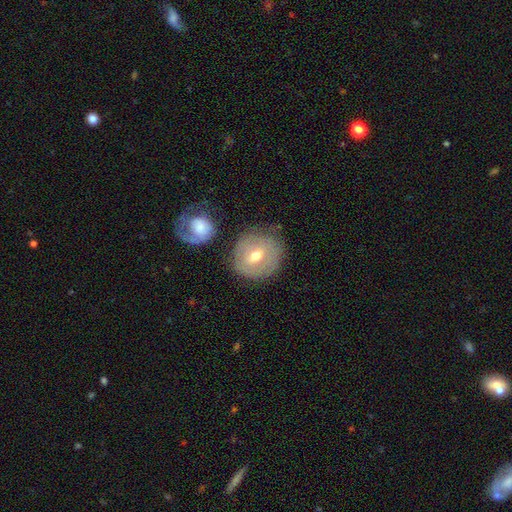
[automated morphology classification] This appears to be a featured or disk galaxy (47%). Merging: none (70%).